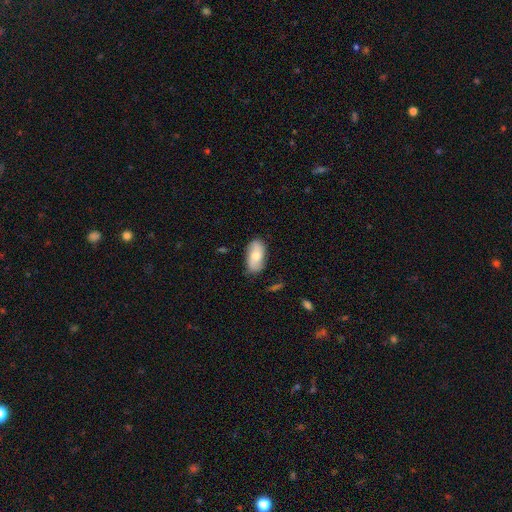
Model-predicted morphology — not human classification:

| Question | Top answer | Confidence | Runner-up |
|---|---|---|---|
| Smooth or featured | smooth | 64% | featured or disk (30%) |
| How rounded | in between | 92% | cigar-shaped (5%) |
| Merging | none | 77% | minor disturbance (18%) |